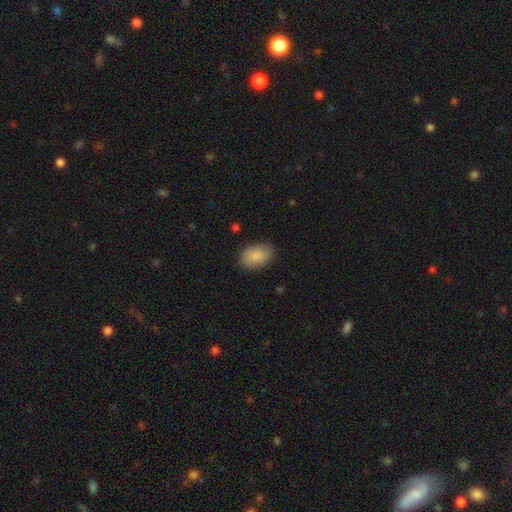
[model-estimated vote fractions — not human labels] Morphology: type=smooth (86%); roundness=in between (88%); merging=none (81%).